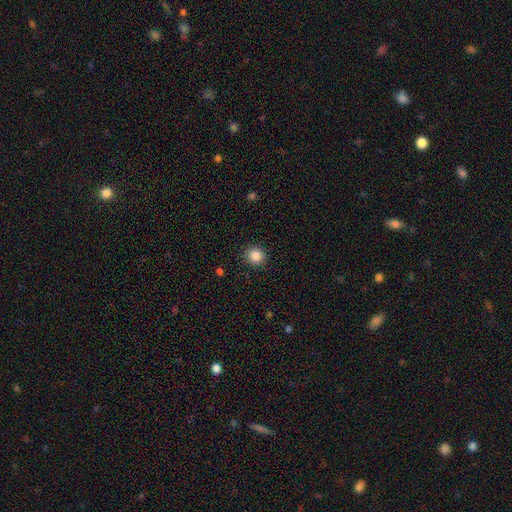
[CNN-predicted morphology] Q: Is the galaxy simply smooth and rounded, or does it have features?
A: smooth — 86%.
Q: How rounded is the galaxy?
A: round — 90%.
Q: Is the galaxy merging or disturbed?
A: none — 91%.